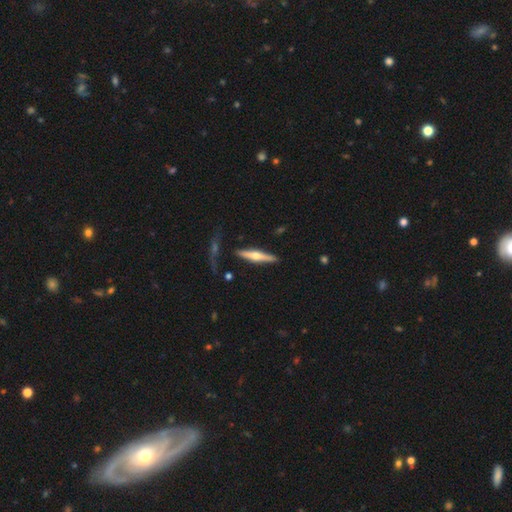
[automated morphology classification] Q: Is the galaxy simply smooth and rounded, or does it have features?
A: featured or disk — 67%.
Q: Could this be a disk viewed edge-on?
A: yes — 96%.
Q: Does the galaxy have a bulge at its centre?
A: rounded — 93%.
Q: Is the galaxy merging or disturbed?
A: none — 80%.